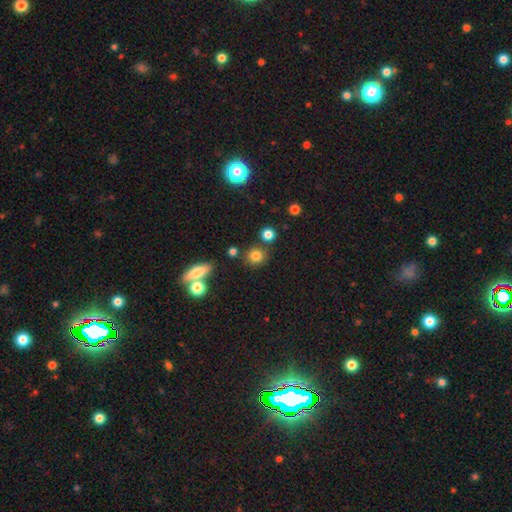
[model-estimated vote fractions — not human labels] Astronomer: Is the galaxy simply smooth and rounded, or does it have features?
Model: smooth — 80%.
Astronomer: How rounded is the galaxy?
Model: round — 88%.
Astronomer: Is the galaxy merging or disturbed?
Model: none — 79%.